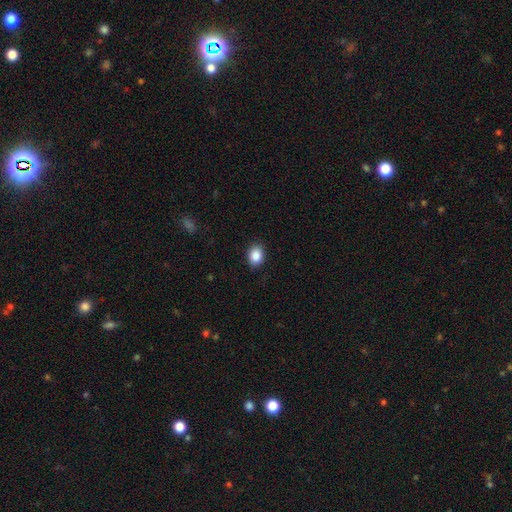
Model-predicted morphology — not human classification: A smooth galaxy with no disk features (88%) that is in between round and cigar-shaped (58%).

Vote fractions:
- Smooth or featured? smooth: 88% / star or artifact: 9% / featured or disk: 4%
- How rounded? in between: 58% / round: 41% / cigar-shaped: 1%
- Merging? none: 88% / minor disturbance: 9% / major disturbance: 2% / merger: 1%